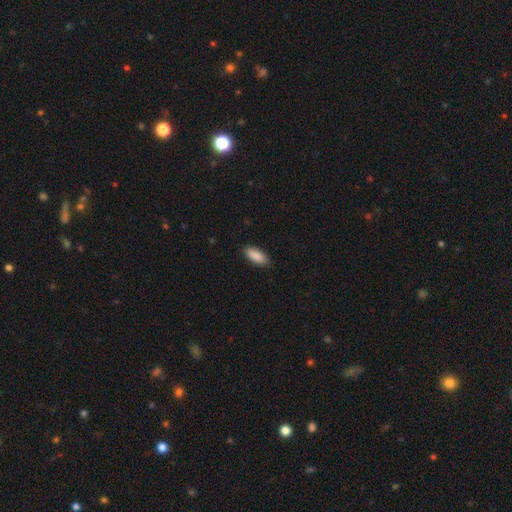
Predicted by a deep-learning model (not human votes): smooth-or-featured: smooth: 90% | star or artifact: 6% | featured or disk: 4%
  how-rounded: in between: 80% | cigar-shaped: 18% | round: 2%
  merging: none: 89% | minor disturbance: 8% | major disturbance: 2% | merger: 1%